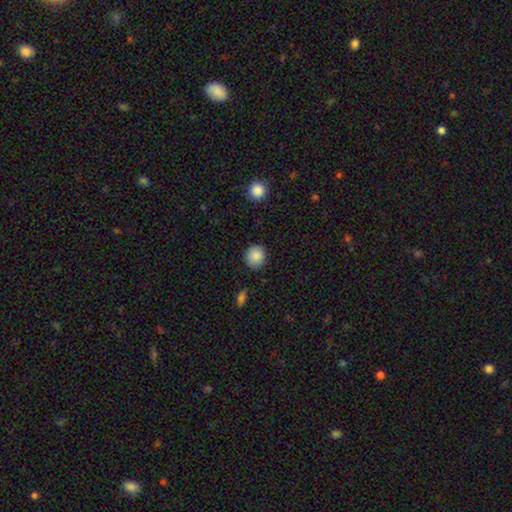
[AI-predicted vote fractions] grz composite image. It shows a smooth galaxy with no disk features (88%) that is round (83%). Merging: none (85%).